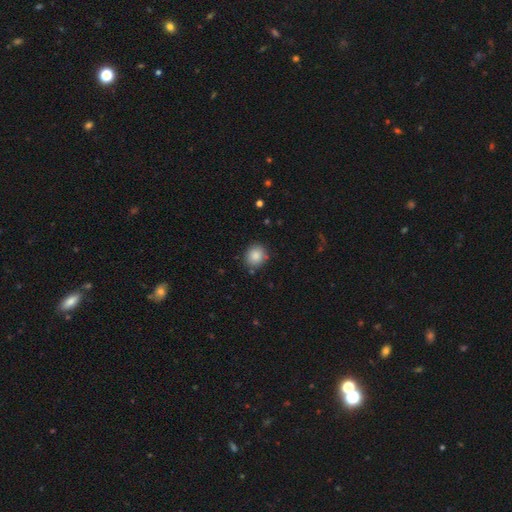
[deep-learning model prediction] The model was most divided on "how rounded": round: 82%, in between: 17%, cigar-shaped: 1%. More confident: smooth or featured — smooth (86%); merging — none (85%).